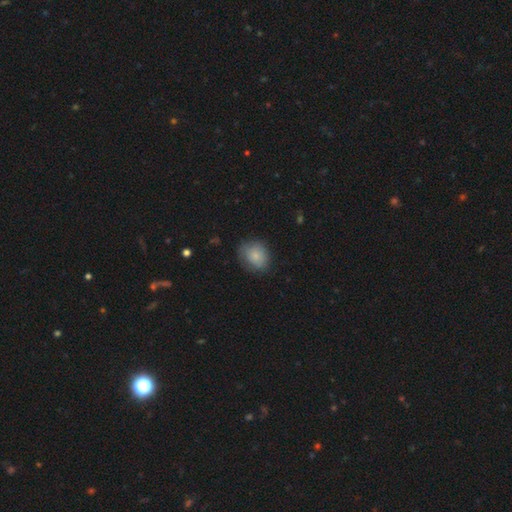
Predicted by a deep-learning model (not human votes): smooth_or_featured: smooth (p=0.80) [alt: featured or disk p=0.12]
how_rounded: round (p=0.58) [alt: in between p=0.41]
merging: none (p=0.71) [alt: minor disturbance p=0.22]